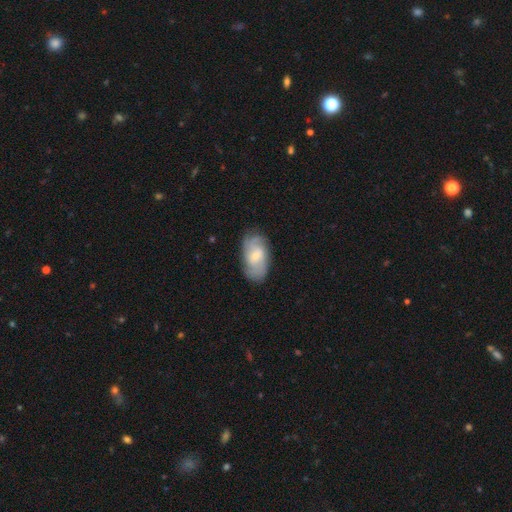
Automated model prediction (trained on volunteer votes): This is likely a featured or disk galaxy (62%). It is clearly not viewed edge-on (95%). Bar: possibly no (52%). Spiral arm pattern: clearly yes (88%). Spiral arm count: marginally can't tell (38%). Spiral winding: marginally tight (44%). Central bulge: possibly small (56%). Merging: likely none (74%).